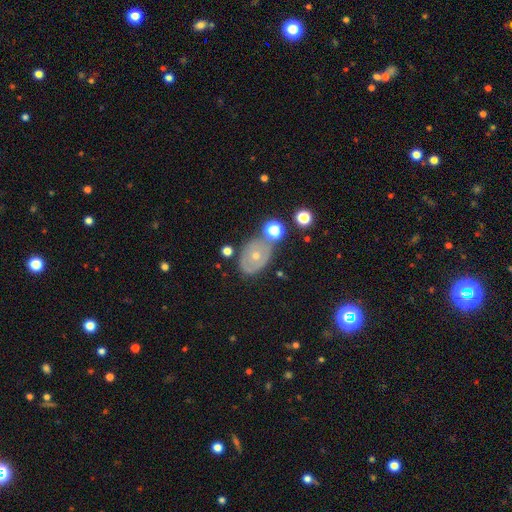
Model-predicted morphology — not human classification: This appears to be a featured or disk galaxy (53%). Merging: none (65%).